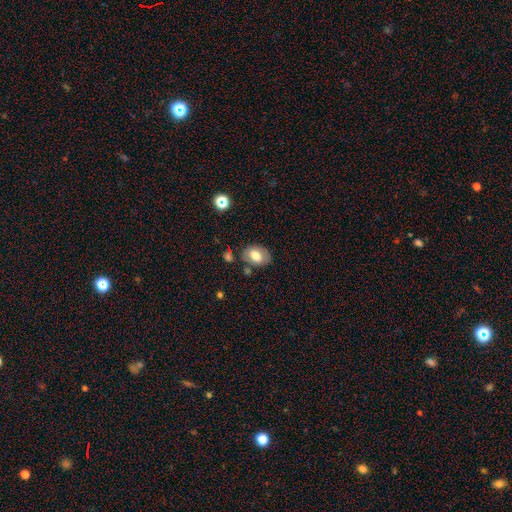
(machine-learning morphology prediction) Smooth or featured: smooth — 67% (featured or disk — 25%)
How rounded: in between — 80% (round — 19%)
Merging: none — 73% (minor disturbance — 16%)